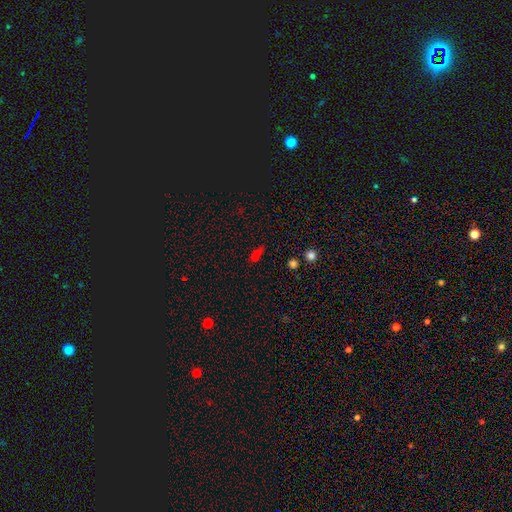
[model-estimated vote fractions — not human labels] The model was most divided on "how rounded": in between: 53%, cigar-shaped: 34%, round: 13%. More confident: merging — none (67%); smooth or featured — smooth (57%).